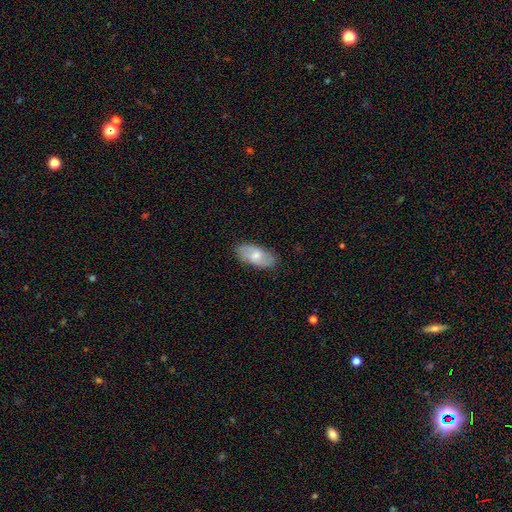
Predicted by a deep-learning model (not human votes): This is possibly a smooth galaxy (59%). How rounded: clearly in between (91%). Merging: clearly none (84%).